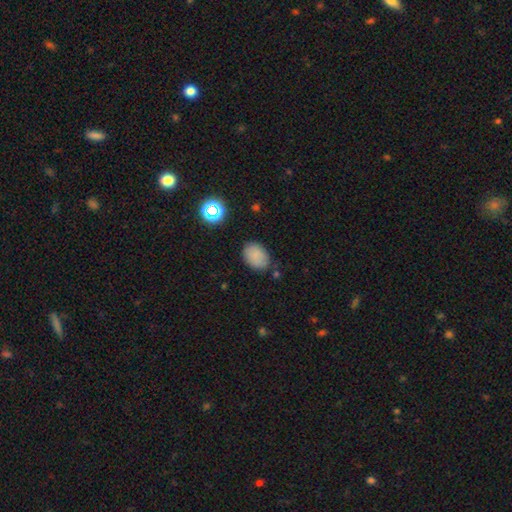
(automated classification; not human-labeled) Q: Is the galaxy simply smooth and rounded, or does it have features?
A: smooth — 82%.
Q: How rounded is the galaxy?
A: in between — 77%.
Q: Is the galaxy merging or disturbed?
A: none — 80%.